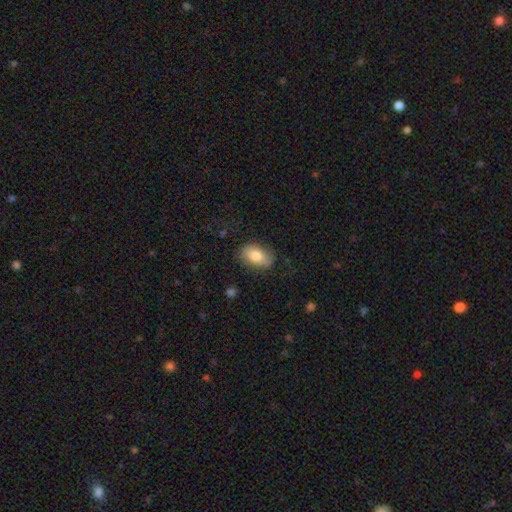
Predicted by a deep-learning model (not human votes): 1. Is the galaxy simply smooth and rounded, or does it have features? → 80% smooth, 14% featured or disk, 7% star or artifact.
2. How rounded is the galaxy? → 90% in between, 9% round, 2% cigar-shaped.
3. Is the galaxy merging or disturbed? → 78% none, 16% minor disturbance, 5% major disturbance, 1% merger.